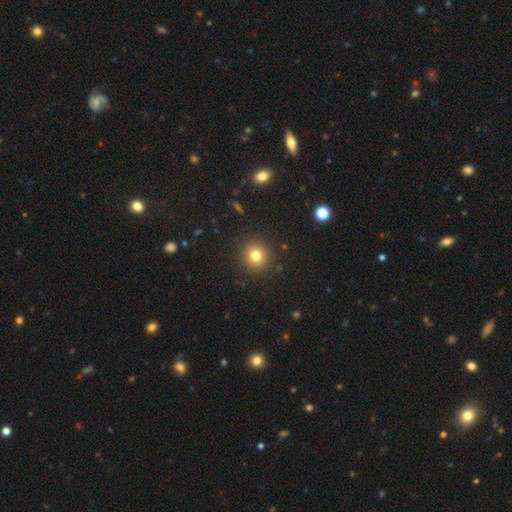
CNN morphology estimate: Smooth or featured?
  - smooth: 79% *
  - star or artifact: 14%
  - featured or disk: 7%
How rounded?
  - round: 92% *
  - in between: 7%
  - cigar-shaped: 1%
Merging?
  - none: 91% *
  - minor disturbance: 6%
  - major disturbance: 2%
  - merger: 1%